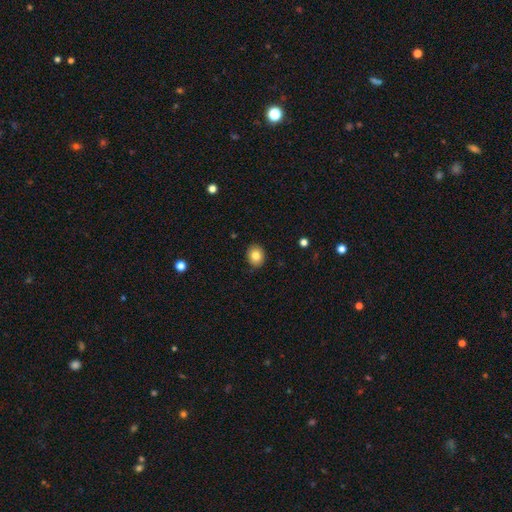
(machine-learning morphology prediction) The model was most divided on "how rounded": round: 57%, in between: 42%, cigar-shaped: 1%. More confident: merging — none (89%); smooth or featured — smooth (82%).